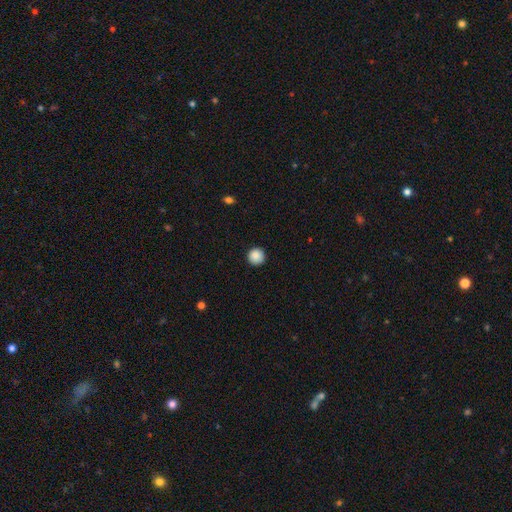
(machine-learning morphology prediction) Smooth or featured: smooth — 88% (star or artifact — 9%)
How rounded: round — 96% (in between — 3%)
Merging: none — 91% (minor disturbance — 6%)